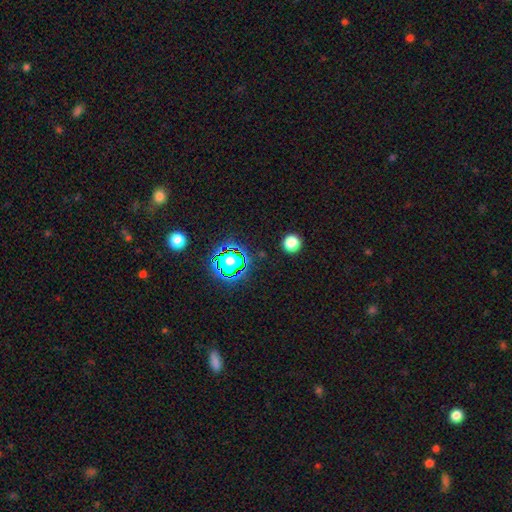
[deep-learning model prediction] This appears to be a star or artifact, not a galaxy (75%).